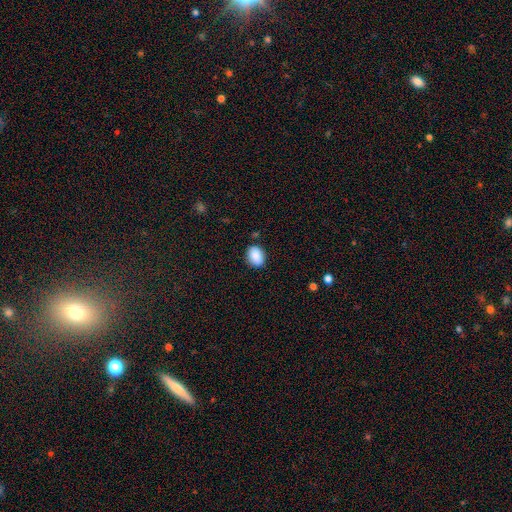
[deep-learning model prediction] Smooth or featured?
  - smooth: 89% *
  - star or artifact: 7%
  - featured or disk: 4%
How rounded?
  - in between: 71% *
  - round: 28%
  - cigar-shaped: 1%
Merging?
  - none: 83% *
  - minor disturbance: 13%
  - major disturbance: 3%
  - merger: 2%